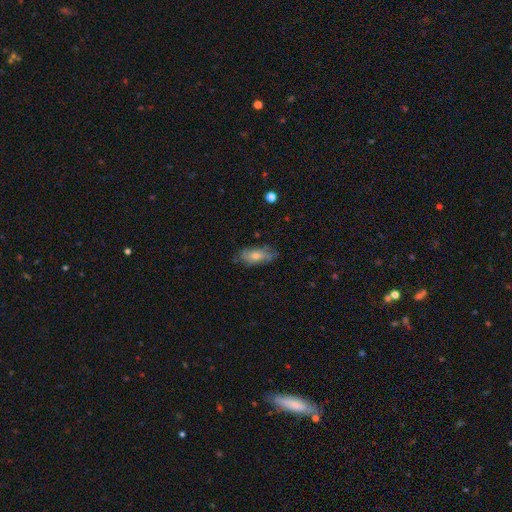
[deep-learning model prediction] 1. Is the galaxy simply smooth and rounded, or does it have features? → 52% smooth, 39% featured or disk, 9% star or artifact.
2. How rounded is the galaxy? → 80% in between, 16% cigar-shaped, 4% round.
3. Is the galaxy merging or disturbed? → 72% none, 22% minor disturbance, 5% major disturbance, 2% merger.